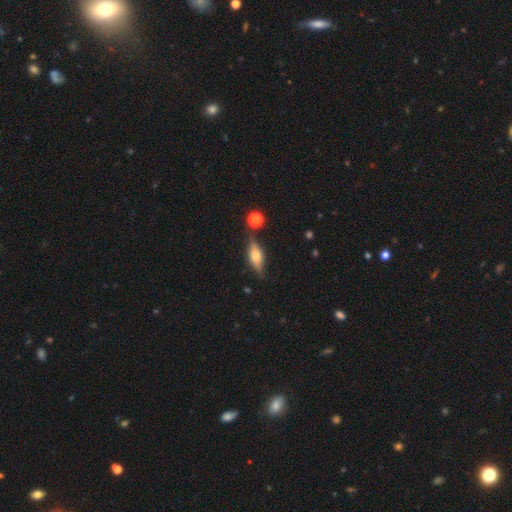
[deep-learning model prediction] This appears to be a featured or disk galaxy (54%) viewed edge-on (91%). Merging: none (75%).